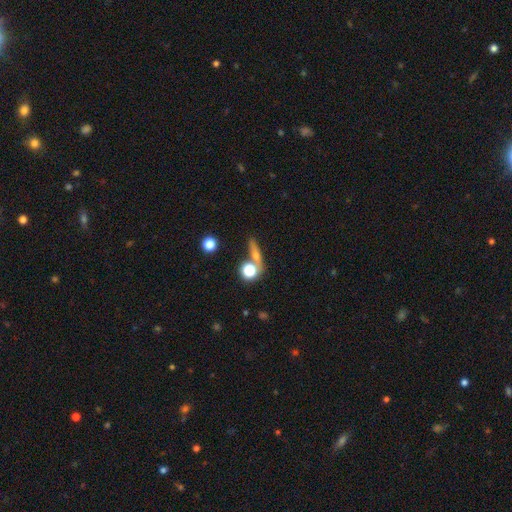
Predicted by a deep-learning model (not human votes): A smooth galaxy with no disk features (50%).

Vote fractions:
- Smooth or featured? smooth: 50% / featured or disk: 32% / star or artifact: 18%
- Merging? none: 60% / merger: 21% / minor disturbance: 12% / major disturbance: 7%